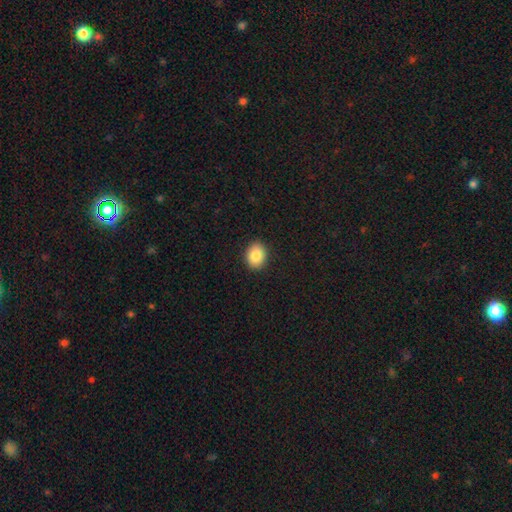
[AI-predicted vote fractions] smooth-or-featured: smooth: 86% | star or artifact: 8% | featured or disk: 6%
  how-rounded: in between: 55% | round: 44% | cigar-shaped: 1%
  merging: none: 90% | minor disturbance: 7% | major disturbance: 2% | merger: 1%